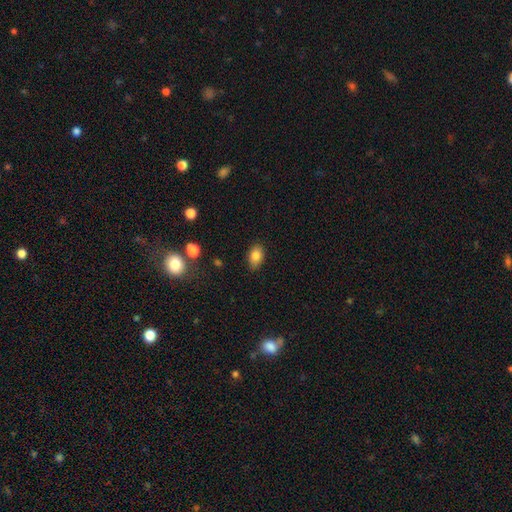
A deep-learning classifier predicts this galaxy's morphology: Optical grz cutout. It shows a smooth galaxy with no disk features (83%) that is in between round and cigar-shaped (83%). Merging: none (83%).